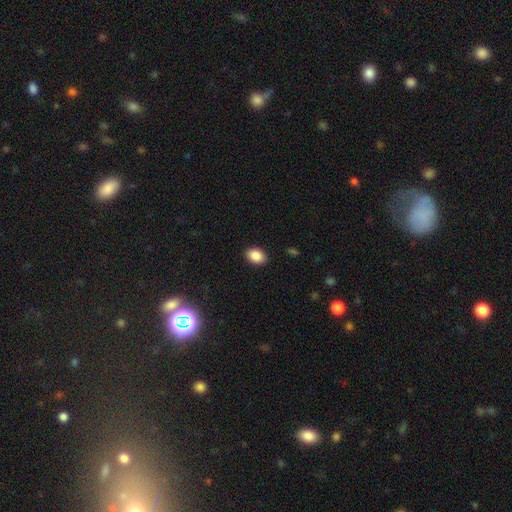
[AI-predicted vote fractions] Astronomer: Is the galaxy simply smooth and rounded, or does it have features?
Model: smooth — 88%.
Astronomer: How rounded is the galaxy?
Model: in between — 79%.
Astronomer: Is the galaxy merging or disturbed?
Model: none — 89%.